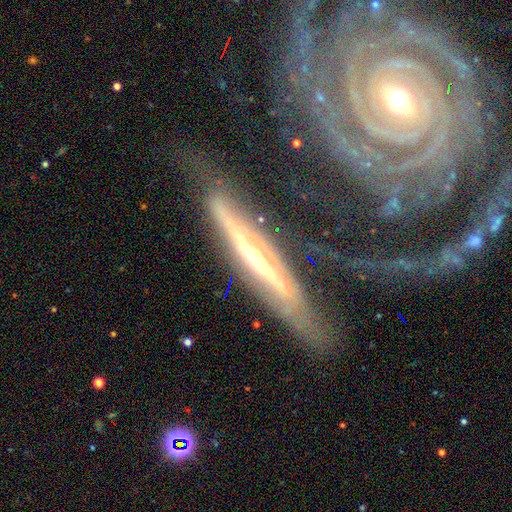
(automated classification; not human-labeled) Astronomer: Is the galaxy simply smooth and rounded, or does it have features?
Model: featured or disk — 81%.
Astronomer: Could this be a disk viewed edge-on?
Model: yes — 71%.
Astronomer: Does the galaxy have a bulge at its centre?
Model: rounded — 69%.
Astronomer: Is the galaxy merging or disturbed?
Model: none — 56%.